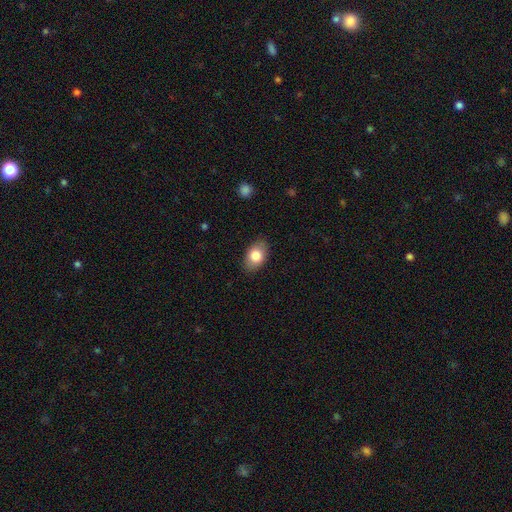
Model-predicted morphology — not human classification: type=smooth (81%); roundness=in between (86%); merging=none (86%).